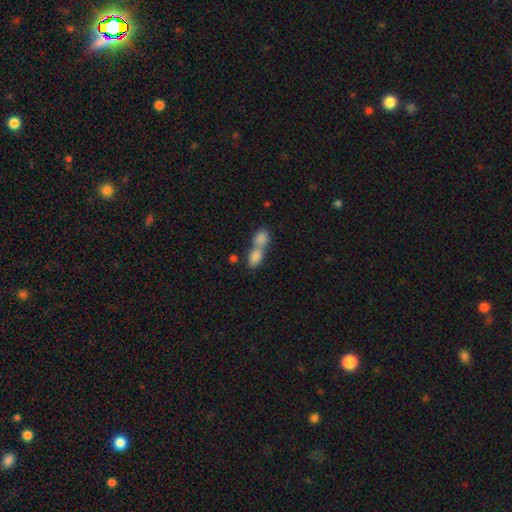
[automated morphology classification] smooth_or_featured: smooth (p=0.81) [alt: featured or disk p=0.11]
how_rounded: in between (p=0.78) [alt: round p=0.16]
merging: merger (p=0.74) [alt: none p=0.17]